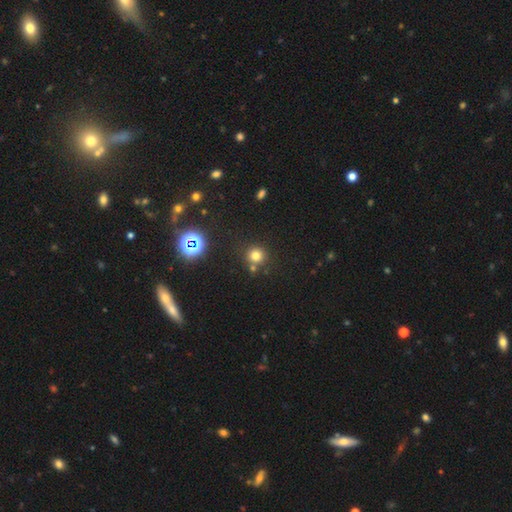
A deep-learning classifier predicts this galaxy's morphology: The model was most divided on "smooth or featured": smooth: 73%, star or artifact: 21%, featured or disk: 6%. More confident: how rounded — round (93%); merging — none (76%).